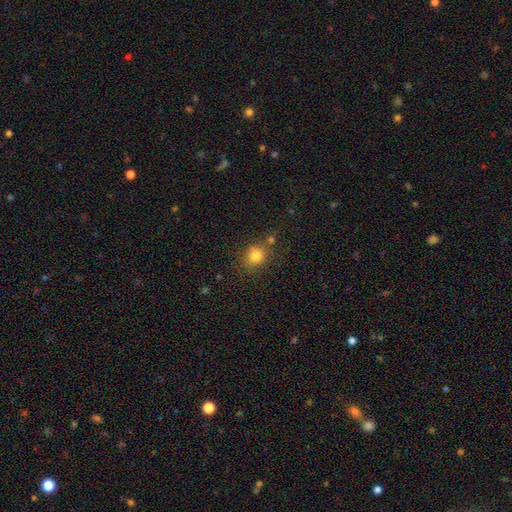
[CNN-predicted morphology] Smooth or featured? Predicted: smooth (p=0.80). How rounded? Predicted: round (p=0.70). Merging? Predicted: none (p=0.70).